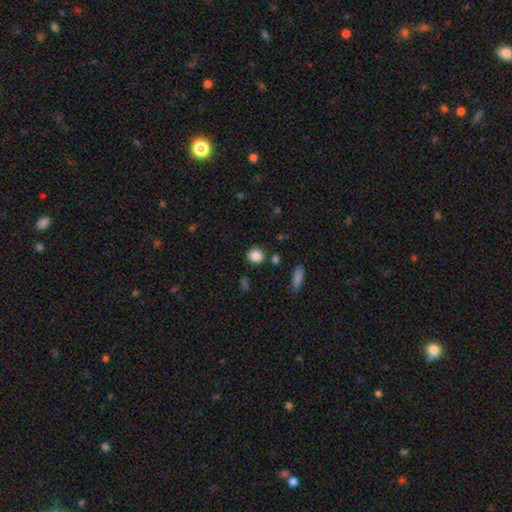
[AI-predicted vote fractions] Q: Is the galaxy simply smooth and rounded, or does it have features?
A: smooth — 87%.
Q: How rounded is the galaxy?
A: round — 85%.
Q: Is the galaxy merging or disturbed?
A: none — 84%.